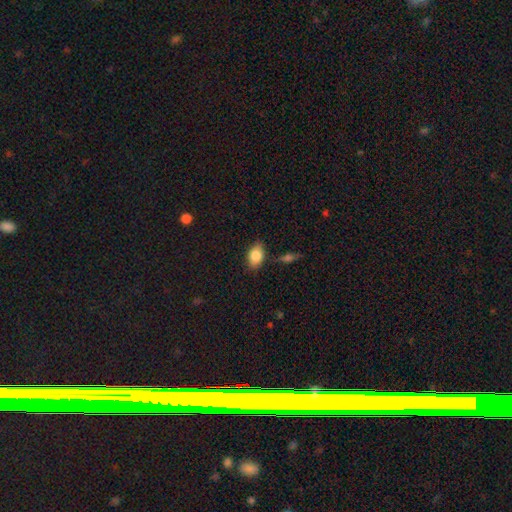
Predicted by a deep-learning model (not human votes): This appears to be a smooth galaxy with no disk features (82%) that is in between round and cigar-shaped (84%). Merging: none (76%).